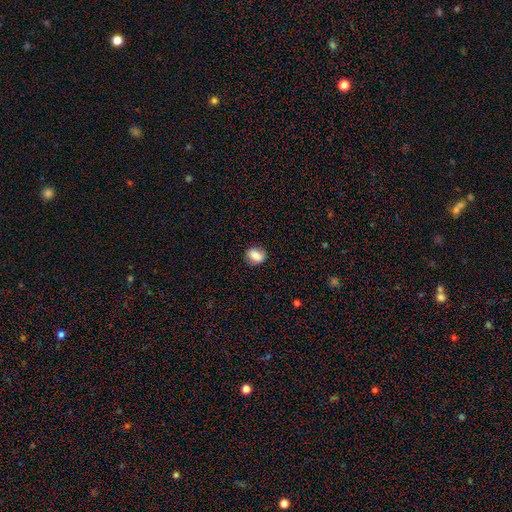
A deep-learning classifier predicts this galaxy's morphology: A smooth galaxy with no disk features (83%) that is in between round and cigar-shaped (54%).

Vote fractions:
- Smooth or featured? smooth: 83% / star or artifact: 8% / featured or disk: 8%
- How rounded? in between: 54% / round: 44% / cigar-shaped: 2%
- Merging? none: 83% / minor disturbance: 12% / major disturbance: 3% / merger: 1%